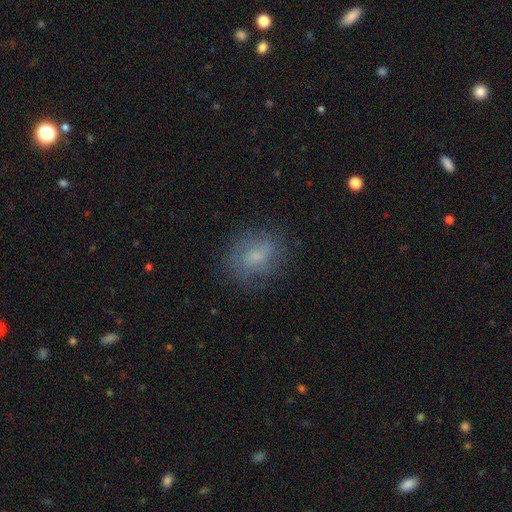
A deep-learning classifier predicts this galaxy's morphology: Overall: smooth (51%; featured or disk 38%). How rounded: in between (51%; round 47%). Merging: none (74%).